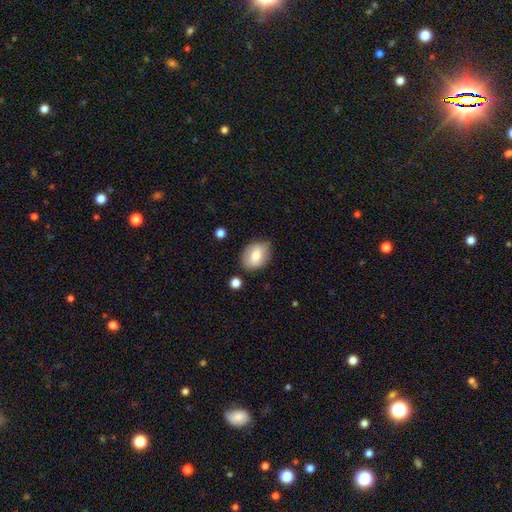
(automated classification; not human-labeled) Smooth or featured: smooth — 74% (featured or disk — 18%)
How rounded: in between — 67% (round — 31%)
Merging: none — 75% (minor disturbance — 19%)